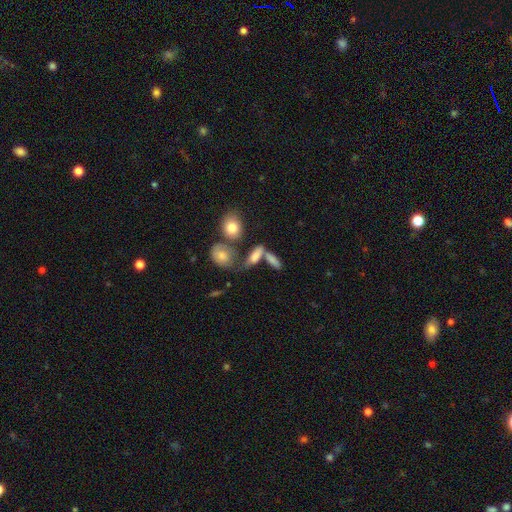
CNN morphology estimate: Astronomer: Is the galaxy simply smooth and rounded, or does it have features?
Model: smooth — 71%.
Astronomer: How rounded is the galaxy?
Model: in between — 55% (runner-up: cigar-shaped, 37%).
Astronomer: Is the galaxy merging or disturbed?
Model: none — 42% (runner-up: merger, 34%).